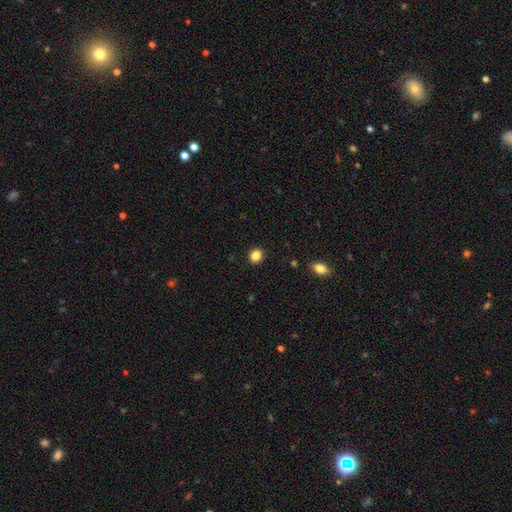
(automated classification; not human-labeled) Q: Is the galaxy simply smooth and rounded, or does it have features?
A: smooth — 86%.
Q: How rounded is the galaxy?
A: round — 61%.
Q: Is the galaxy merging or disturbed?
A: none — 91%.